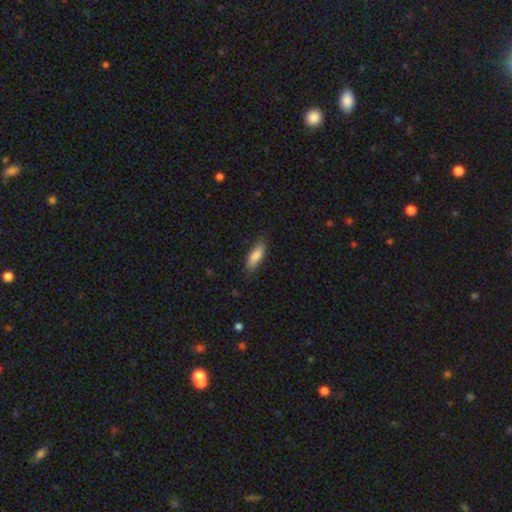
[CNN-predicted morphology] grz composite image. It shows a smooth galaxy with no disk features (83%) that is in between round and cigar-shaped (62%). Merging: none (81%).